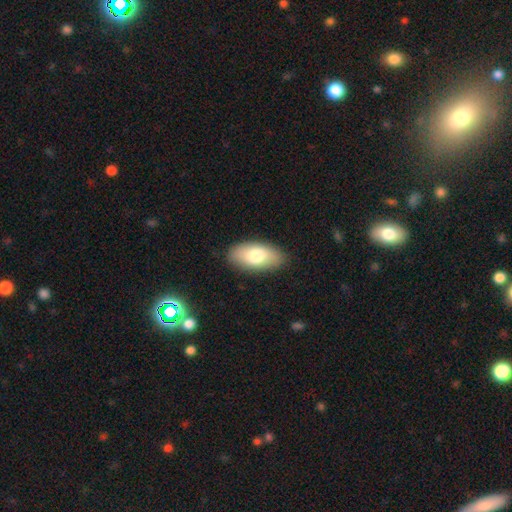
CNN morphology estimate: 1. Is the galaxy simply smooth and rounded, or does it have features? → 77% smooth, 17% featured or disk, 6% star or artifact.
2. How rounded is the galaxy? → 92% in between, 5% cigar-shaped, 3% round.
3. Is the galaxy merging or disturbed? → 86% none, 10% minor disturbance, 2% major disturbance, 1% merger.